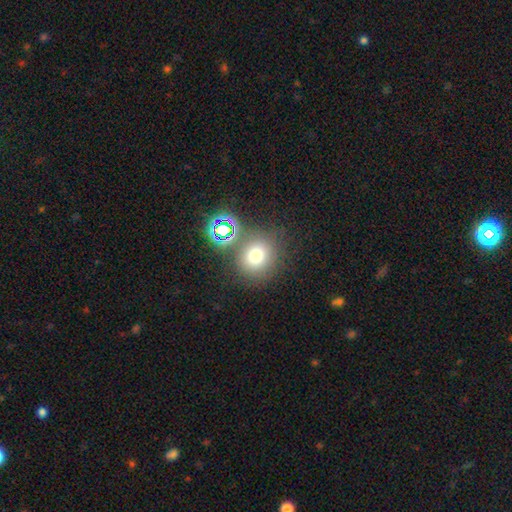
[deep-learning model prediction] Q: Smooth or featured?
A: smooth (71%); runner-up: star or artifact (20%)
Q: How rounded?
A: round (85%); runner-up: in between (14%)
Q: Merging?
A: none (74%); runner-up: merger (12%)